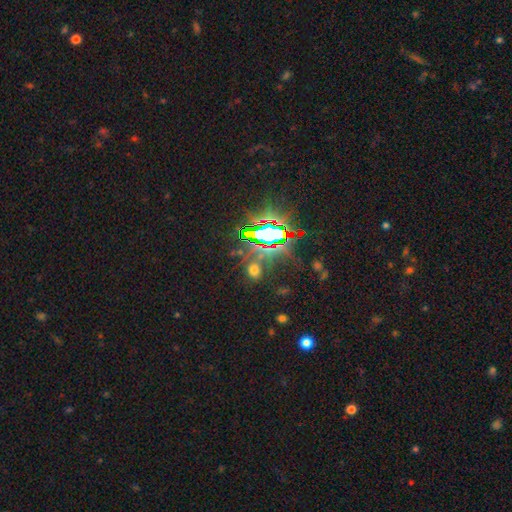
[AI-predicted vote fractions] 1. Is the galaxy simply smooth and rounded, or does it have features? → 83% star or artifact, 9% smooth, 8% featured or disk.